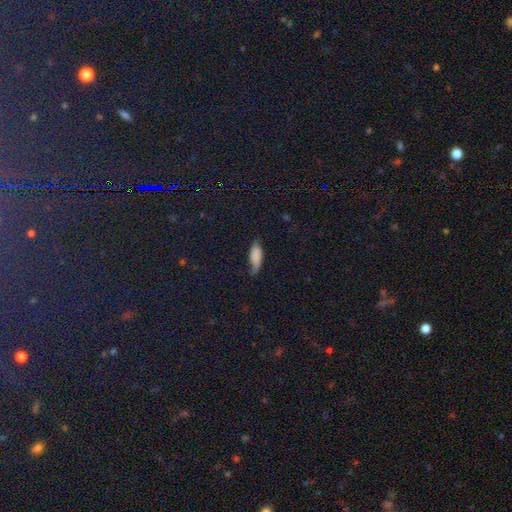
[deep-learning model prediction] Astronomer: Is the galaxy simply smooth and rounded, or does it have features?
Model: smooth — 76%.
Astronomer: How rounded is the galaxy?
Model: in between — 73%.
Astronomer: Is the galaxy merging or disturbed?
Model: none — 42% (runner-up: minor disturbance, 39%).